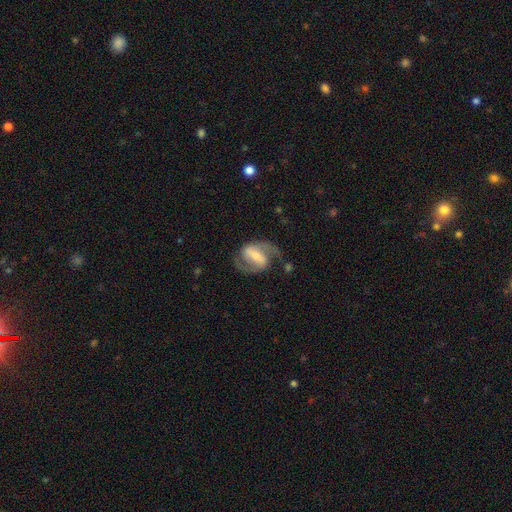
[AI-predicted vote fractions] This appears to be a featured or disk galaxy (86%) with a strong bar (56%), 2 (91%) medium (56%) spiral arms (95%) and a moderate central bulge (47%). Merging: none (72%).